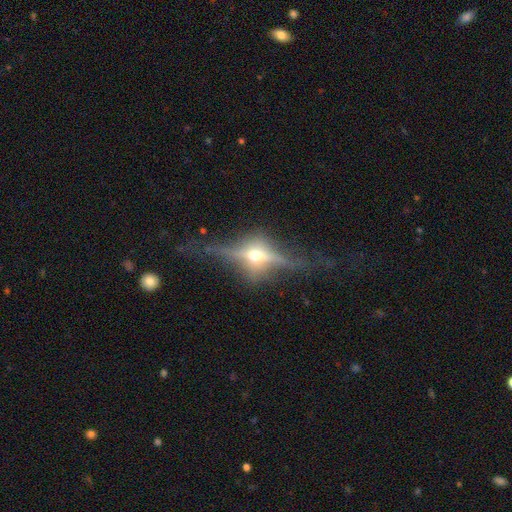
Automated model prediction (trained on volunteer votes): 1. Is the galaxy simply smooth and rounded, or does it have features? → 81% featured or disk, 10% smooth, 9% star or artifact.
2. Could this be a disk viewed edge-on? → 93% yes, 7% no.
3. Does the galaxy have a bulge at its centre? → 95% rounded, 3% boxy, 1% none.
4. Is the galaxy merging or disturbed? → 76% none, 14% minor disturbance, 8% major disturbance, 2% merger.